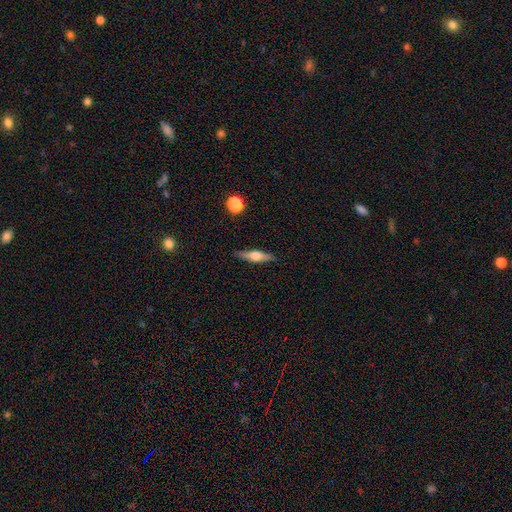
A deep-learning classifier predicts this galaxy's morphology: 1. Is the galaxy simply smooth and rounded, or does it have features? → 59% featured or disk, 34% smooth, 7% star or artifact.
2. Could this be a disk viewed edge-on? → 96% yes, 4% no.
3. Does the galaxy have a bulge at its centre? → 92% rounded, 6% boxy, 2% none.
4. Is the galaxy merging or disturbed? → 89% none, 8% minor disturbance, 2% major disturbance, 1% merger.